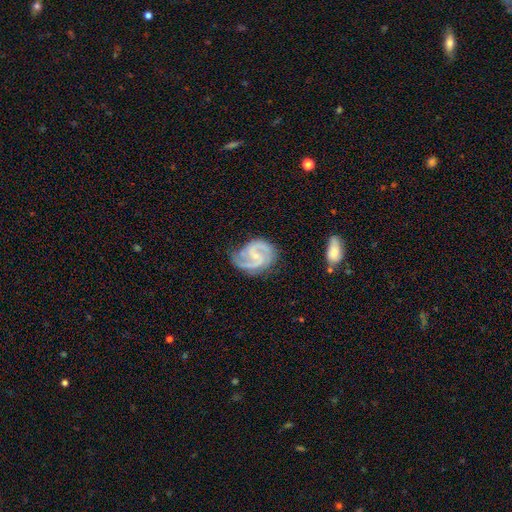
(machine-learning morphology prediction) smooth_or_featured: featured or disk (p=0.90) [alt: smooth p=0.05]
disk_edge_on: no (p=0.98) [alt: yes p=0.02]
bar: weak (p=0.53) [alt: no p=0.29]
has_spiral_arms: yes (p=0.98) [alt: no p=0.02]
spiral_winding: medium (p=0.59) [alt: tight p=0.22]
spiral_arm_count: 2 (p=0.89) [alt: 3 p=0.03]
bulge_size: small (p=0.65) [alt: none p=0.17]
merging: none (p=0.66) [alt: minor disturbance p=0.22]